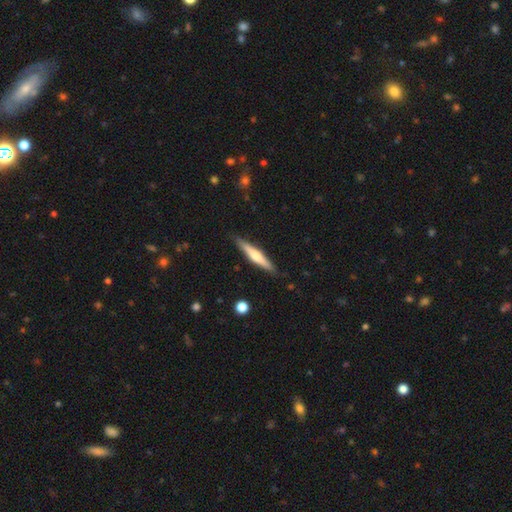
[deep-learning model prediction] featured or disk 52%, smooth 42%, star or artifact 5%. Down the decision tree: edge-on disk — yes (97%); edge-on bulge — rounded (74%); merging — none (88%).